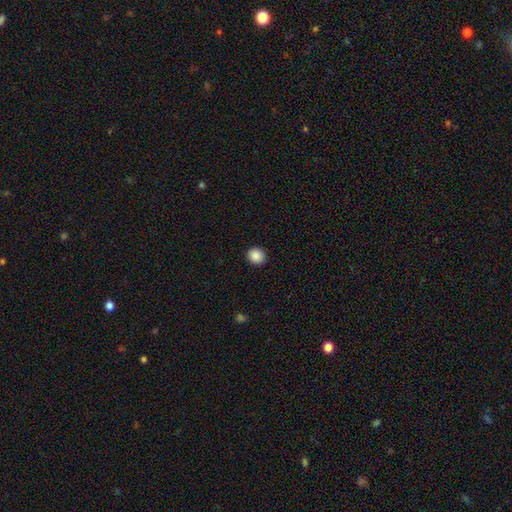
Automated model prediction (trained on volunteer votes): This appears to be a smooth galaxy with no disk features (89%) that is round (84%). Merging: none (92%).